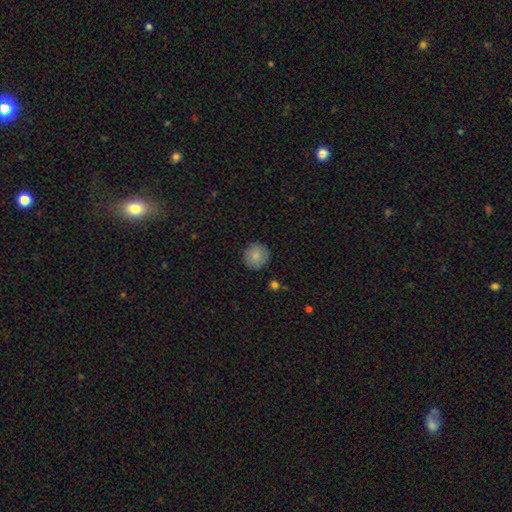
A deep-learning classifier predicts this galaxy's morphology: This is clearly a smooth galaxy (85%). How rounded: clearly round (94%). Merging: clearly none (89%).